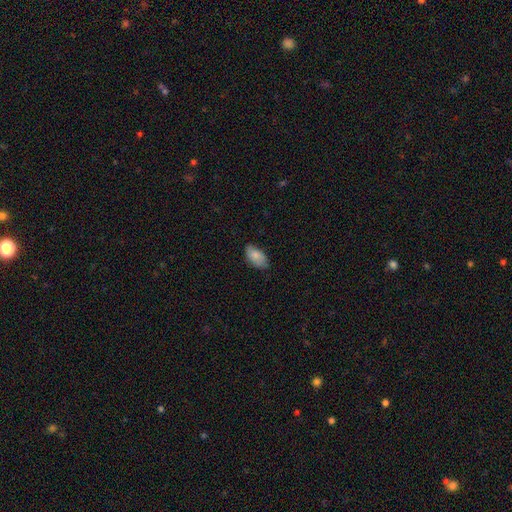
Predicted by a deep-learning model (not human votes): Overall: smooth (81%). How rounded: in between (93%). Merging: none (71%).